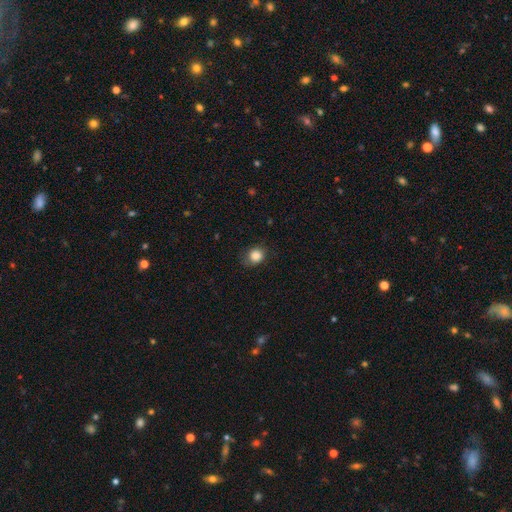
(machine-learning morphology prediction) Q: Smooth or featured?
A: smooth (85%); runner-up: star or artifact (9%)
Q: How rounded?
A: round (74%); runner-up: in between (25%)
Q: Merging?
A: none (72%); runner-up: minor disturbance (20%)